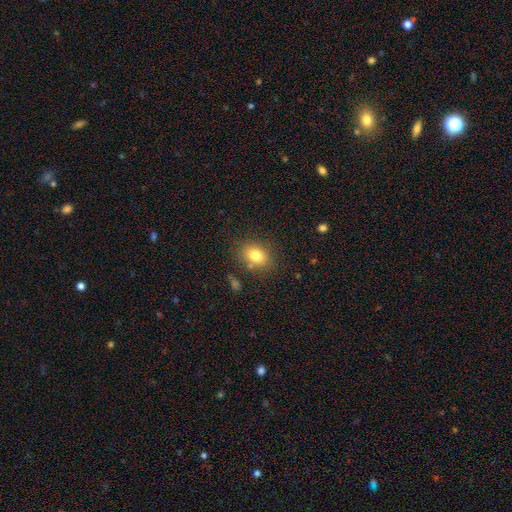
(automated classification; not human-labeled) Overall: smooth (80%). How rounded: in between (58%; round 41%). Merging: none (79%).